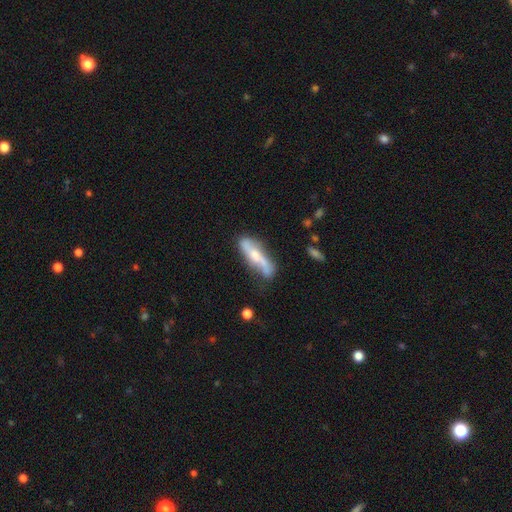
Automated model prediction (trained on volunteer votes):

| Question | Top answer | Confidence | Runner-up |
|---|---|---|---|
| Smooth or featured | featured or disk | 61% | smooth (33%) |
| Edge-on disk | no | 59% | yes (41%) |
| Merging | none | 61% | minor disturbance (26%) |